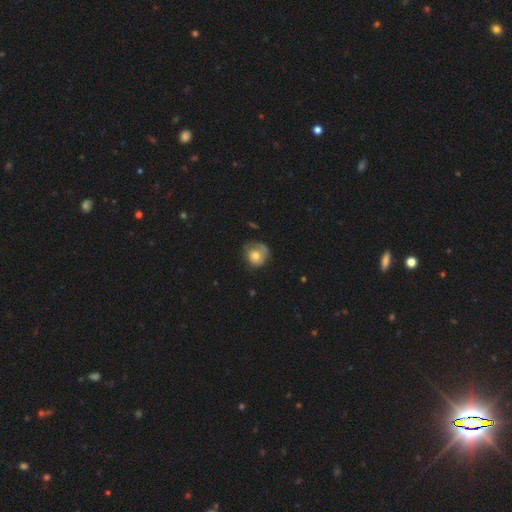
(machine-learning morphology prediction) The model was most divided on "merging": none: 51%, minor disturbance: 28%, major disturbance: 19%, merger: 2%. More confident: how rounded — round (78%); smooth or featured — smooth (60%).